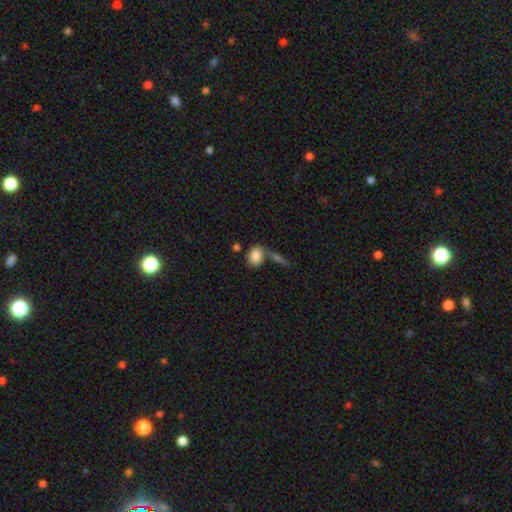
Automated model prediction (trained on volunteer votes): Smooth or featured? smooth (83%)
How rounded? in between (63%)
Merging? none (45%)